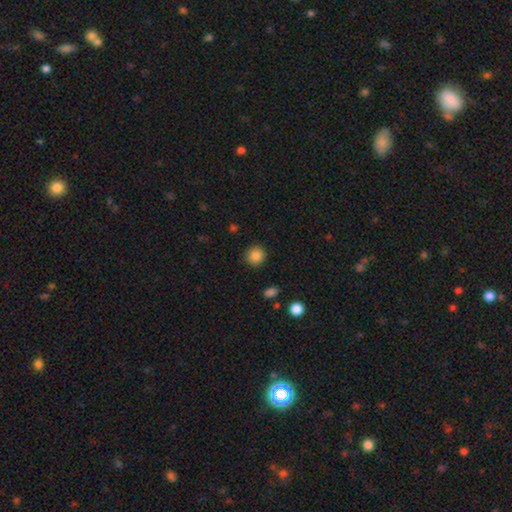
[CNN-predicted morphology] Smooth or featured? Predicted: smooth (p=0.86). How rounded? Predicted: round (p=0.92). Merging? Predicted: none (p=0.90).